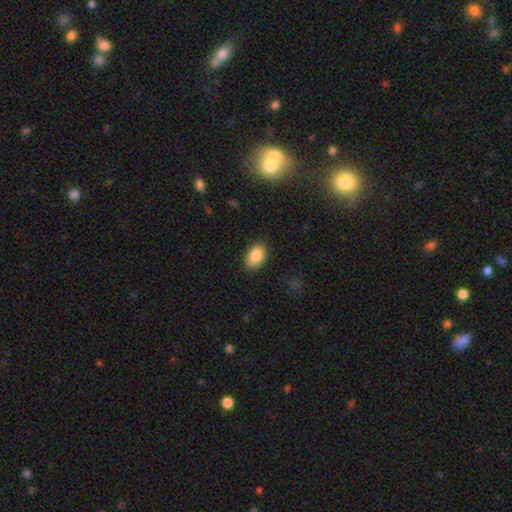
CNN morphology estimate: Smooth or featured: smooth — 87% (star or artifact — 7%)
How rounded: in between — 90% (round — 9%)
Merging: none — 86% (minor disturbance — 11%)